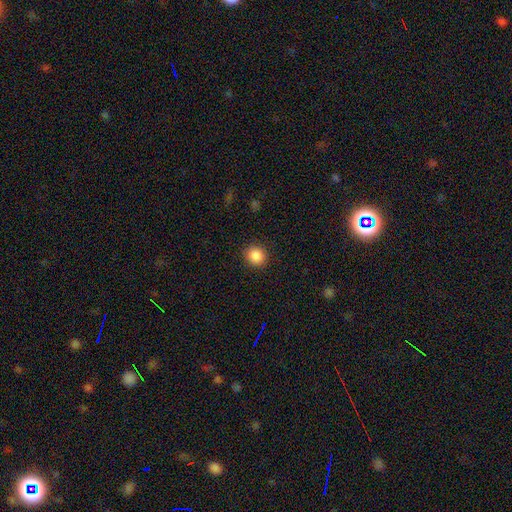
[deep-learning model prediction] This appears to be a smooth galaxy with no disk features (88%) that is round (85%). Merging: none (90%).